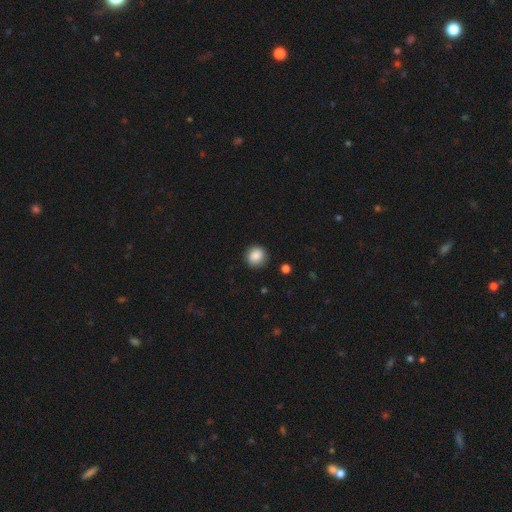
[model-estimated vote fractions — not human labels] Q: Smooth or featured?
A: smooth (86%); runner-up: star or artifact (8%)
Q: How rounded?
A: round (84%); runner-up: in between (15%)
Q: Merging?
A: none (86%); runner-up: minor disturbance (10%)